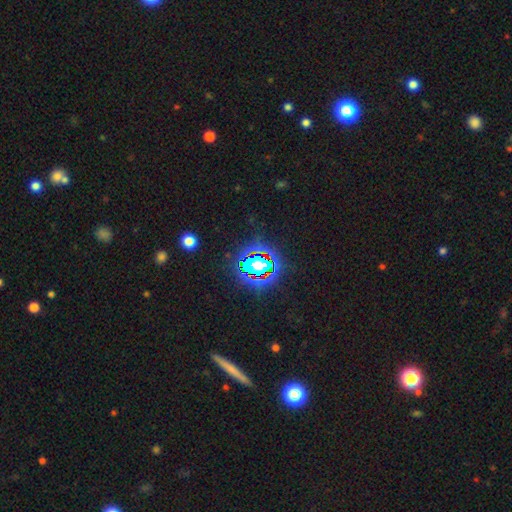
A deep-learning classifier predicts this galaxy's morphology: This appears to be a star or artifact, not a galaxy (78%).